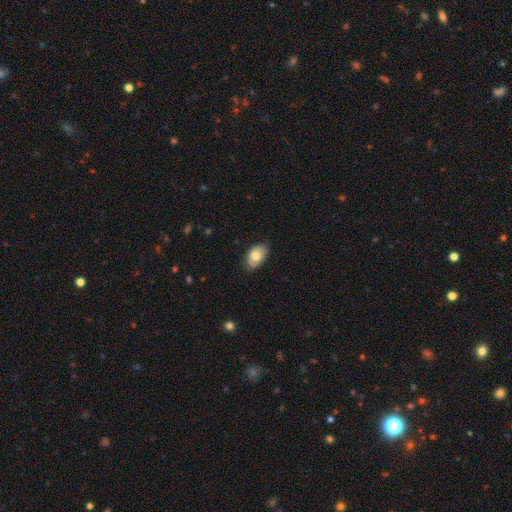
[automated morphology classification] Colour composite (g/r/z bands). It shows a smooth galaxy with no disk features (77%) that is in between round and cigar-shaped (89%). Merging: none (78%).